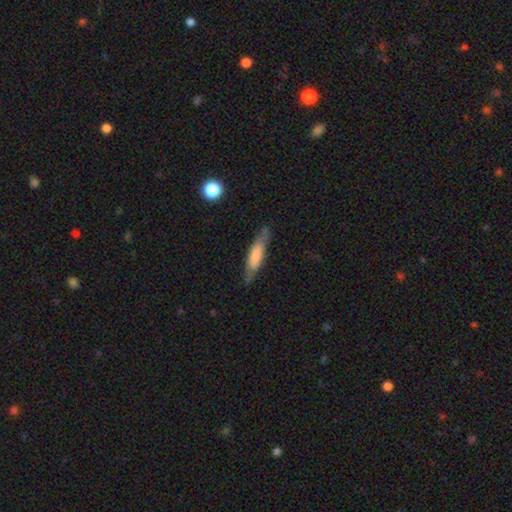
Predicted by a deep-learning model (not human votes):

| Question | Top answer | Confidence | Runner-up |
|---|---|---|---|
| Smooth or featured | smooth | 64% | featured or disk (30%) |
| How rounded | cigar-shaped | 72% | in between (26%) |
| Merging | none | 77% | minor disturbance (17%) |